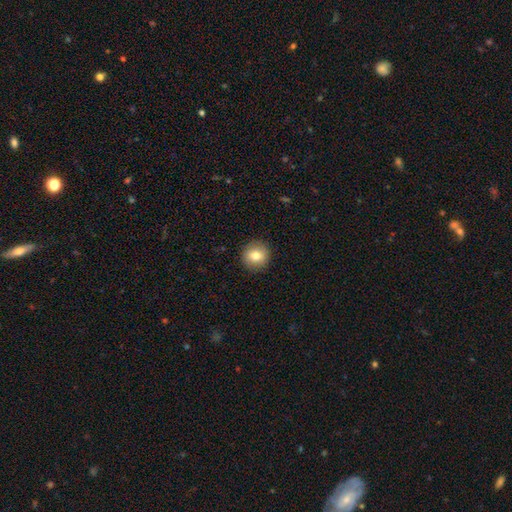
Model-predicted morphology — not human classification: Q: Smooth or featured?
A: smooth (78%); runner-up: featured or disk (13%)
Q: How rounded?
A: round (91%); runner-up: in between (8%)
Q: Merging?
A: none (91%); runner-up: minor disturbance (7%)